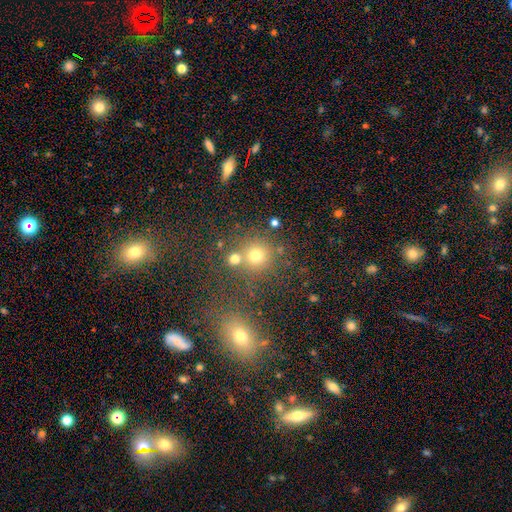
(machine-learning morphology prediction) smooth 69%, star or artifact 22%, featured or disk 9%. Down the decision tree: how rounded — round (88%); merging — none (66%).